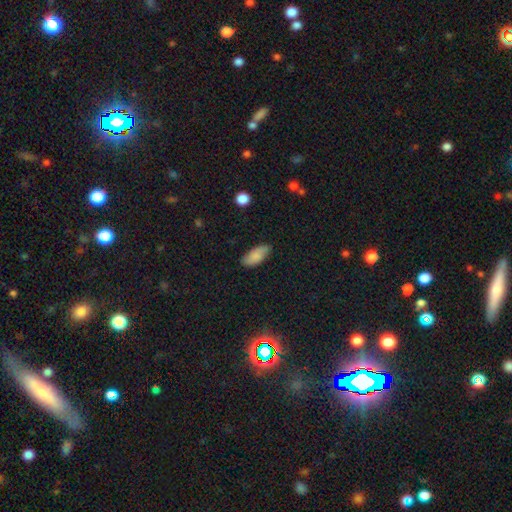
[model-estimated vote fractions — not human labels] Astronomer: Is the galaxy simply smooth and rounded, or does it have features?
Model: smooth — 83%.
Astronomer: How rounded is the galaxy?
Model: in between — 90%.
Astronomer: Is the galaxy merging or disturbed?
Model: none — 79%.